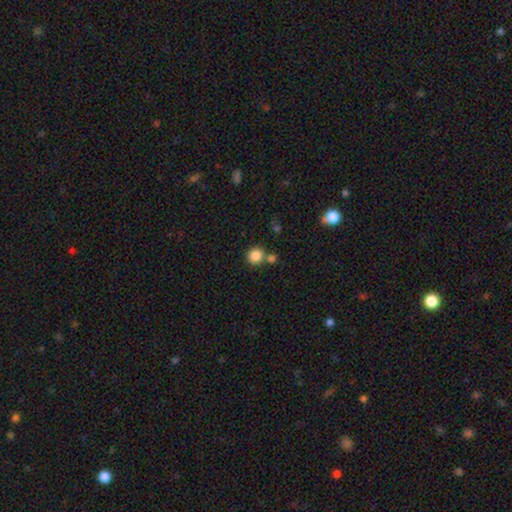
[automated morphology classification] This appears to be a smooth galaxy with no disk features (85%) that is round (91%). Merging: none (67%).